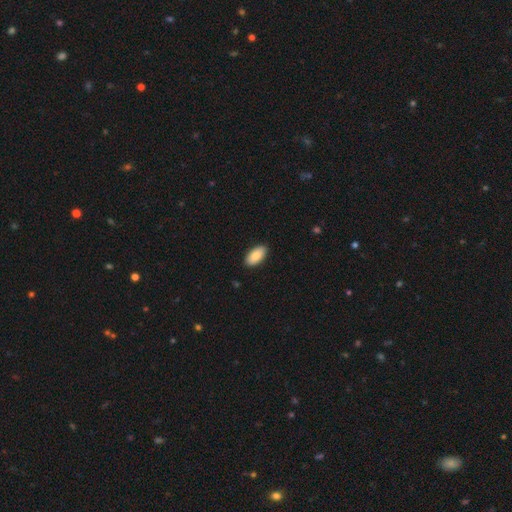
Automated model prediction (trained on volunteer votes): Smooth or featured: smooth — 86% (featured or disk — 8%)
How rounded: in between — 94% (cigar-shaped — 4%)
Merging: none — 89% (minor disturbance — 8%)